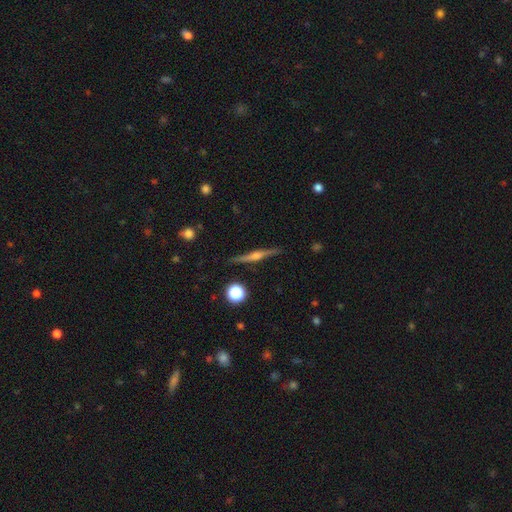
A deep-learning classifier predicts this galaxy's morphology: Smooth or featured: featured or disk — 79% (smooth — 14%)
Edge-on disk: yes — 98% (no — 2%)
Edge-on bulge: rounded — 87% (boxy — 8%)
Merging: none — 90% (minor disturbance — 7%)